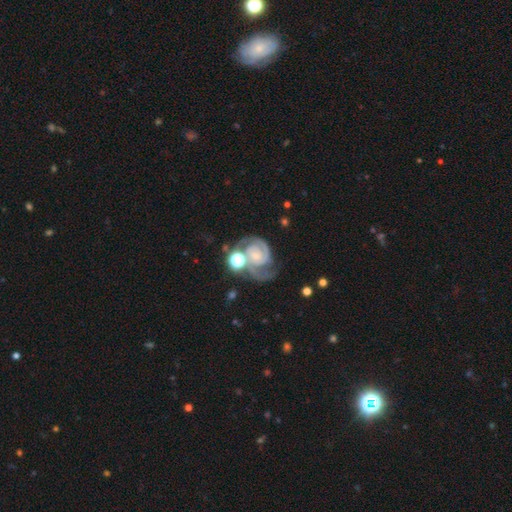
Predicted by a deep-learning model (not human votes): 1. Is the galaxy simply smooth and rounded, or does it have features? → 87% featured or disk, 6% smooth, 6% star or artifact.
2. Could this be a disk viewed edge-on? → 98% no, 2% yes.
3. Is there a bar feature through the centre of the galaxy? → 65% no, 27% weak, 7% strong.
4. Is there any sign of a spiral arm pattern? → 98% yes, 2% no.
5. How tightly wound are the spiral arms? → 53% tight, 40% medium, 7% loose.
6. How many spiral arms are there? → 81% 2, 6% 3, 6% can't tell, 4% 1, 2% 4, 2% more than 4.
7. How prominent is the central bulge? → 63% small, 21% moderate, 12% none, 3% large, 1% dominant.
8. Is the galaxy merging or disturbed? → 50% none, 19% minor disturbance, 16% merger, 15% major disturbance.